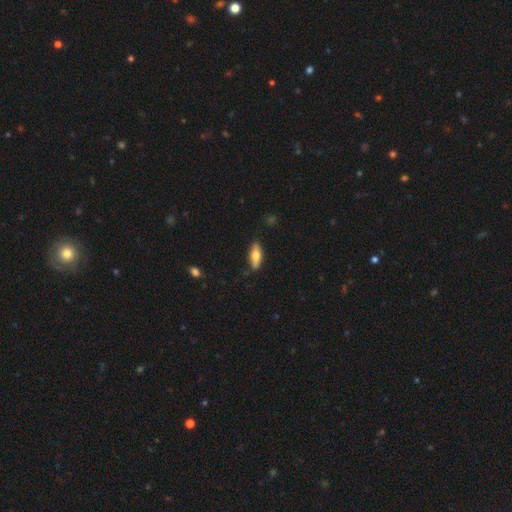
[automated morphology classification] smooth-or-featured: smooth: 67% | featured or disk: 27% | star or artifact: 6%
  how-rounded: in between: 61% | cigar-shaped: 36% | round: 2%
  merging: none: 84% | minor disturbance: 13% | major disturbance: 2% | merger: 1%